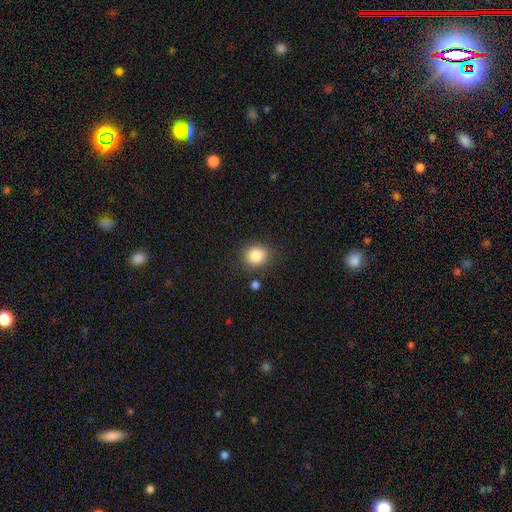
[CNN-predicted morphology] A smooth galaxy with no disk features (85%) that is round (83%).

Vote fractions:
- Smooth or featured? smooth: 85% / star or artifact: 10% / featured or disk: 5%
- How rounded? round: 83% / in between: 16% / cigar-shaped: 1%
- Merging? none: 83% / minor disturbance: 10% / merger: 4% / major disturbance: 3%